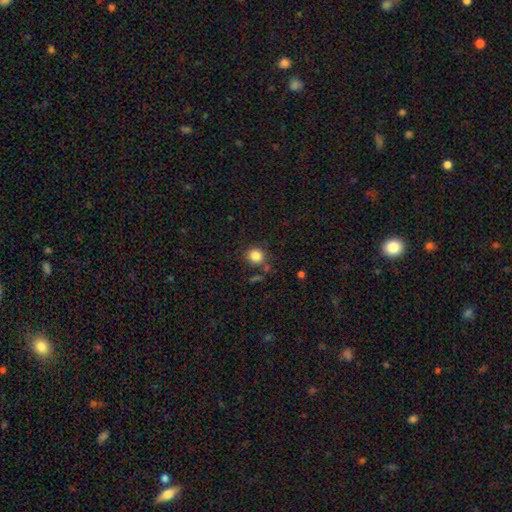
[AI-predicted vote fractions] Smooth or featured: smooth — 84% (star or artifact — 11%)
How rounded: round — 86% (in between — 13%)
Merging: none — 77% (minor disturbance — 11%)